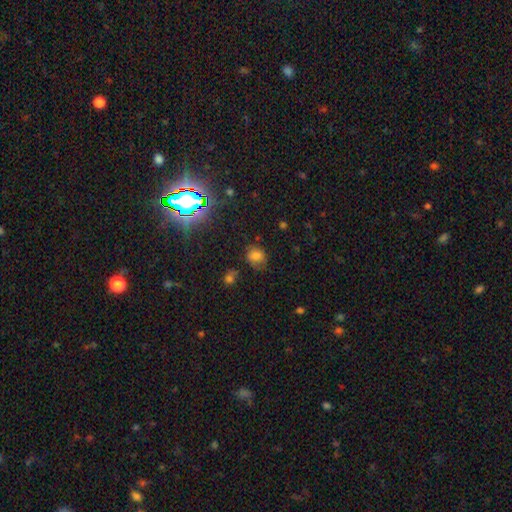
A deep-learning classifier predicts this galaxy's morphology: type=smooth (74%); roundness=round (71%); merging=none (72%).